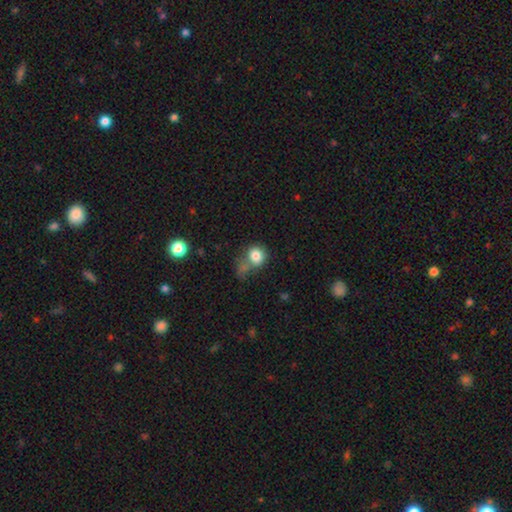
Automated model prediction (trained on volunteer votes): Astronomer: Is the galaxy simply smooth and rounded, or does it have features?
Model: smooth — 81%.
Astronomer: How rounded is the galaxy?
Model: round — 81%.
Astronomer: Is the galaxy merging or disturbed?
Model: none — 47% (runner-up: merger, 24%).